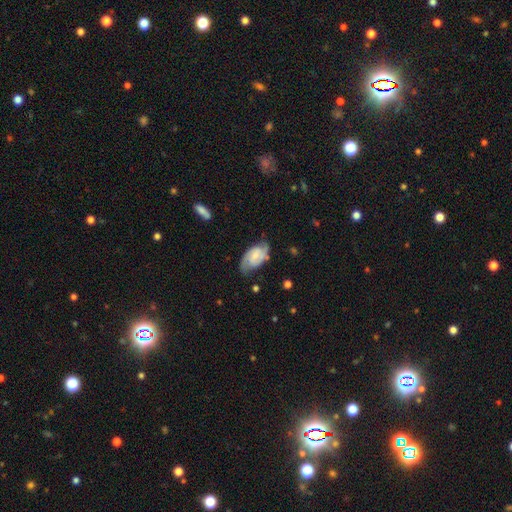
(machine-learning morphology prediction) Q: Smooth or featured?
A: featured or disk (76%); runner-up: smooth (18%)
Q: Edge-on disk?
A: no (96%); runner-up: yes (4%)
Q: Bar?
A: no (46%); runner-up: weak (42%)
Q: Spiral arms?
A: yes (95%); runner-up: no (5%)
Q: Spiral winding?
A: medium (46%); runner-up: tight (39%)
Q: Spiral arm count?
A: 2 (85%); runner-up: can't tell (8%)
Q: Bulge size?
A: small (53%); runner-up: moderate (24%)
Q: Merging?
A: none (71%); runner-up: minor disturbance (20%)